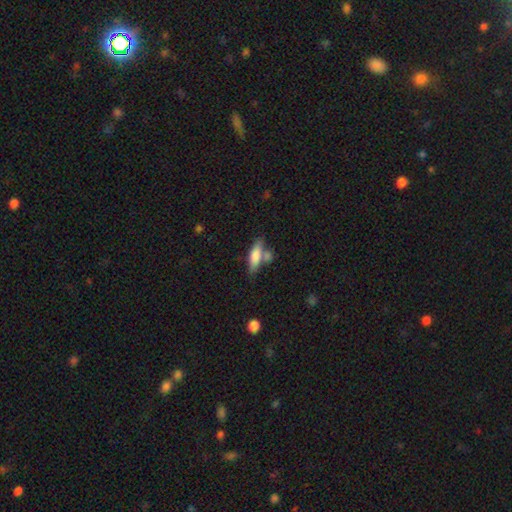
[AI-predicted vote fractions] This appears to be a smooth galaxy with no disk features (70%) that is in between round and cigar-shaped (49%, tied with cigar-shaped). Merging: none (57%).